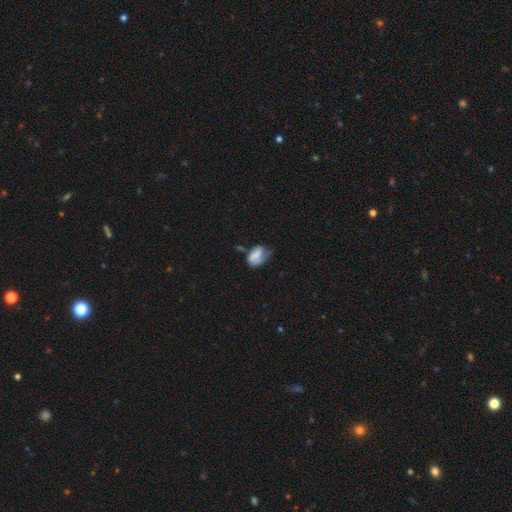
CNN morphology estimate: smooth 64%, featured or disk 27%, star or artifact 9%. Down the decision tree: how rounded — in between (86%); merging — minor disturbance (35%).